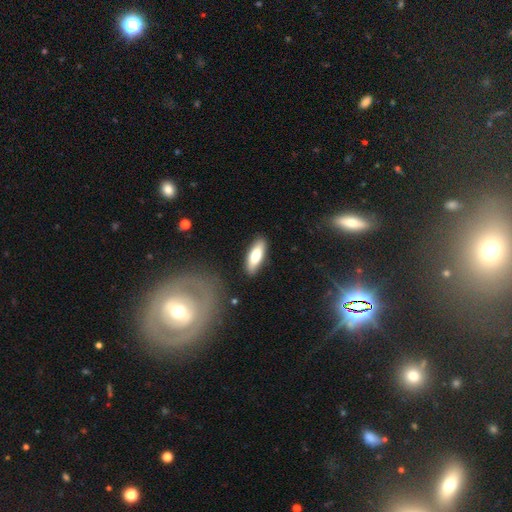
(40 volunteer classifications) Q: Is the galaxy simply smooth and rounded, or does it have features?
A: smooth — 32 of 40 (80%).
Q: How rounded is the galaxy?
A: cigar-shaped — 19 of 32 (59%).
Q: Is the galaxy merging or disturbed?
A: none — 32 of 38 (84%).